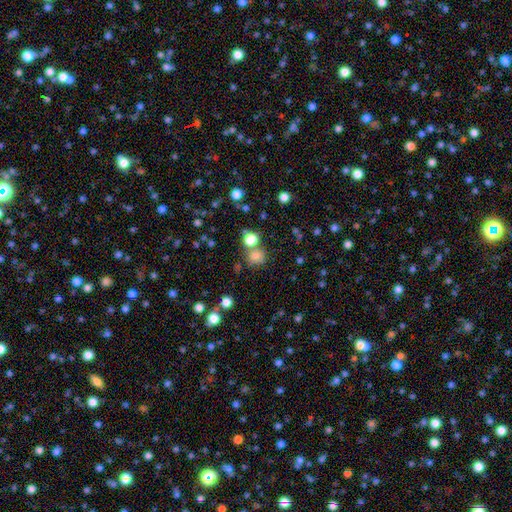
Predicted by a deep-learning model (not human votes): Smooth or featured: smooth — 75% (star or artifact — 18%)
How rounded: round — 84% (in between — 15%)
Merging: none — 66% (merger — 19%)